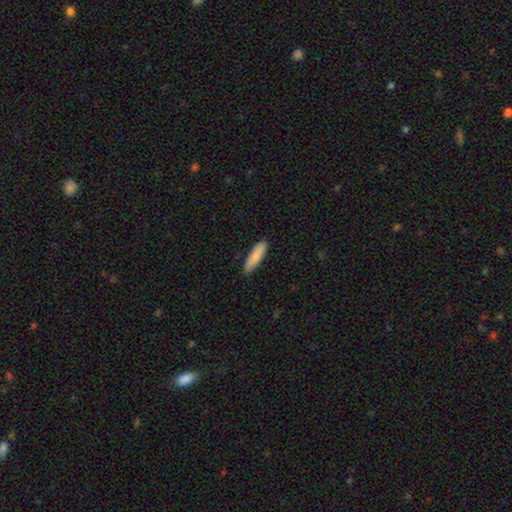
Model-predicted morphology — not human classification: Q: Smooth or featured?
A: smooth (86%); runner-up: featured or disk (9%)
Q: How rounded?
A: cigar-shaped (68%); runner-up: in between (30%)
Q: Merging?
A: none (89%); runner-up: minor disturbance (8%)